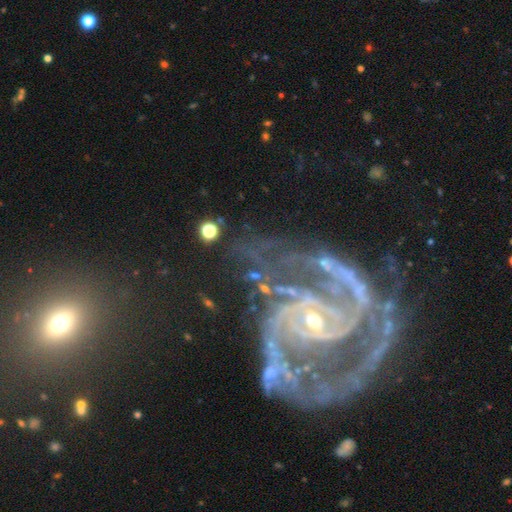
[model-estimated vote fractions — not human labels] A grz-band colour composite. It shows a featured or disk galaxy (90%) with no bar (41%), 2 (55%) medium (46%) spiral arms (98%) and a small central bulge (65%). Merging: none (55%).